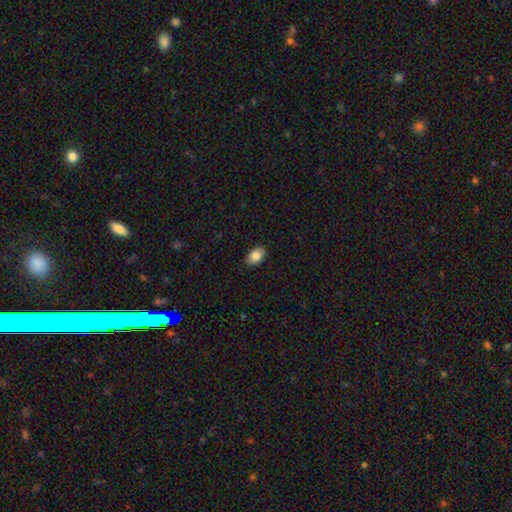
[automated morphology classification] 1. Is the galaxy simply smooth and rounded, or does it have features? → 85% smooth, 8% featured or disk, 7% star or artifact.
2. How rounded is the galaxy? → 90% in between, 9% round, 1% cigar-shaped.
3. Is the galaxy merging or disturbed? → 88% none, 9% minor disturbance, 2% major disturbance, 1% merger.